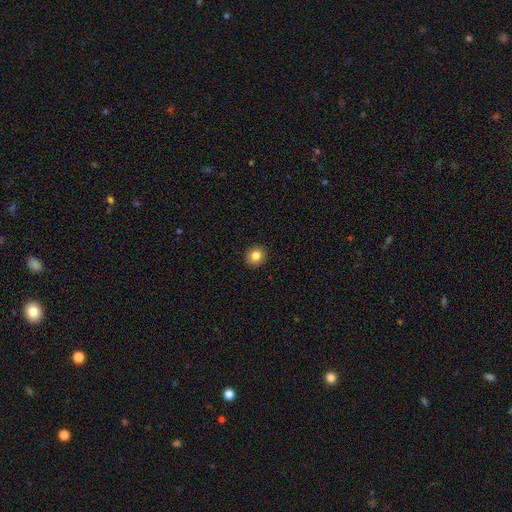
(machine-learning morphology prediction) Smooth or featured?
  - smooth: 83% *
  - star or artifact: 10%
  - featured or disk: 7%
How rounded?
  - round: 87% *
  - in between: 12%
  - cigar-shaped: 1%
Merging?
  - none: 92% *
  - minor disturbance: 5%
  - major disturbance: 2%
  - merger: 1%